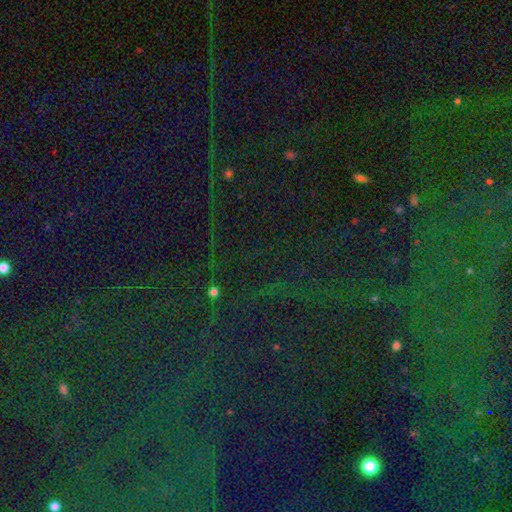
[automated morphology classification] Q: Smooth or featured?
A: star or artifact (83%); runner-up: smooth (9%)